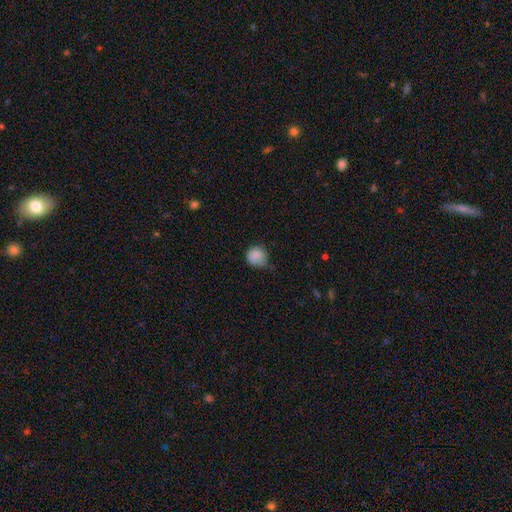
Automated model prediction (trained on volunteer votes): A smooth galaxy with no disk features (86%) that is round (89%).

Vote fractions:
- Smooth or featured? smooth: 86% / star or artifact: 9% / featured or disk: 5%
- How rounded? round: 89% / in between: 10% / cigar-shaped: 1%
- Merging? none: 55% / minor disturbance: 36% / major disturbance: 7% / merger: 2%